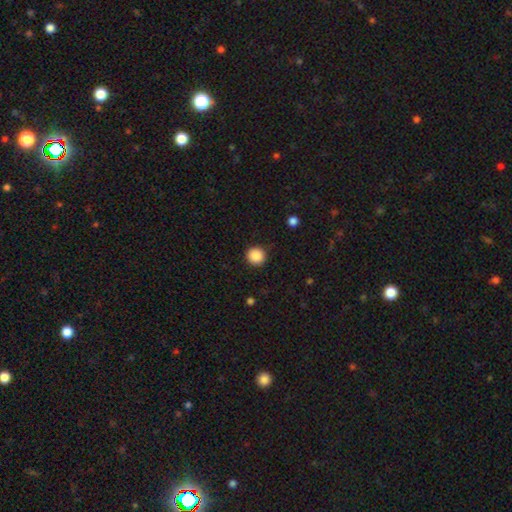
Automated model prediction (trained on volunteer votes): Morphology: type=smooth (88%); roundness=round (95%); merging=none (91%).